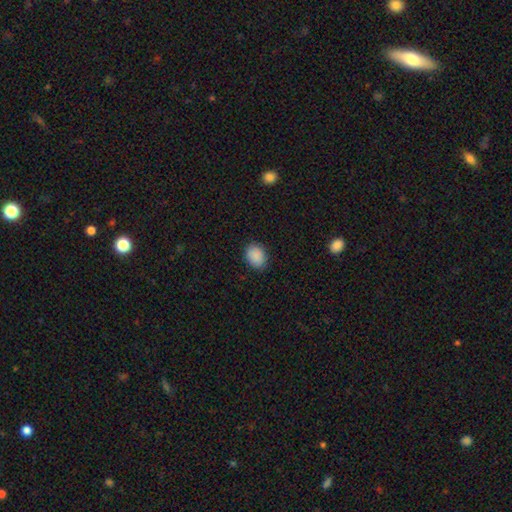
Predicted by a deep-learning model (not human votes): A smooth galaxy with no disk features (89%) that is in between round and cigar-shaped (60%).

Vote fractions:
- Smooth or featured? smooth: 89% / star or artifact: 8% / featured or disk: 3%
- How rounded? in between: 60% / round: 40% / cigar-shaped: 1%
- Merging? none: 87% / minor disturbance: 10% / major disturbance: 2% / merger: 1%